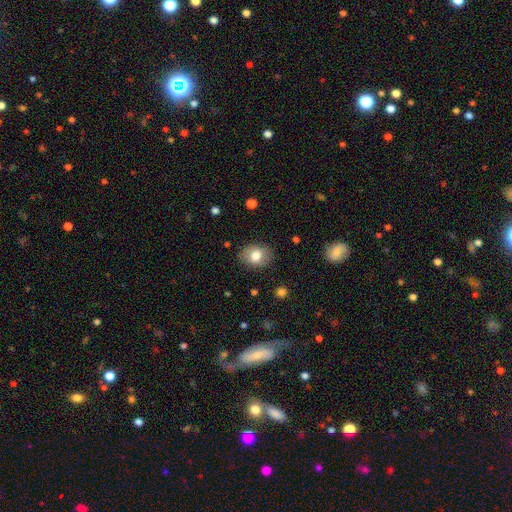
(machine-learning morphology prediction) Overall: smooth (77%). How rounded: in between (53%; round 46%). Merging: none (84%).